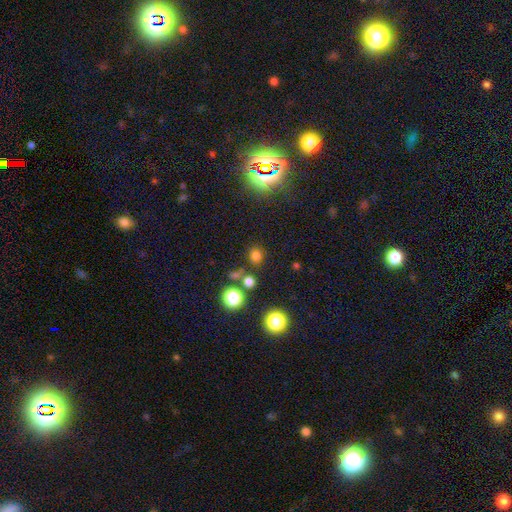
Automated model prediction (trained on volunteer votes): Overall: smooth (71%). How rounded: round (83%). Merging: none (82%).